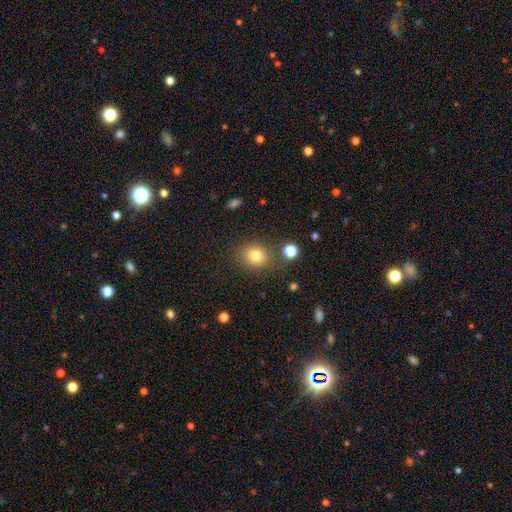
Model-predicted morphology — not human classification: Overall: smooth (79%). How rounded: round (76%). Merging: none (81%).